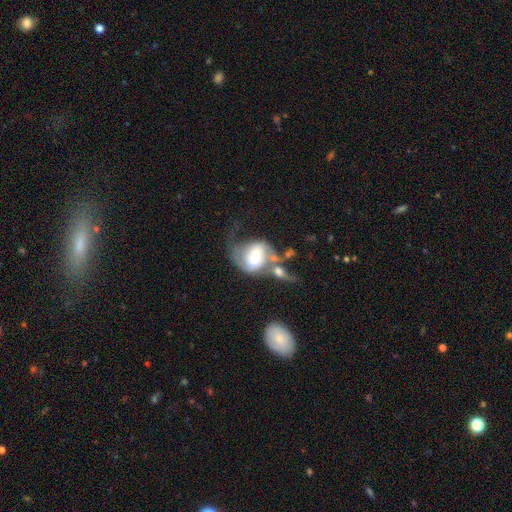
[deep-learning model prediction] Smooth or featured? featured or disk (67%)
Edge-on disk? no (96%)
Bar? weak (42%)
Spiral arms? yes (84%)
Spiral winding? loose (47%)
Spiral arm count? 2 (73%)
Bulge size? moderate (59%)
Merging? merger (35%)